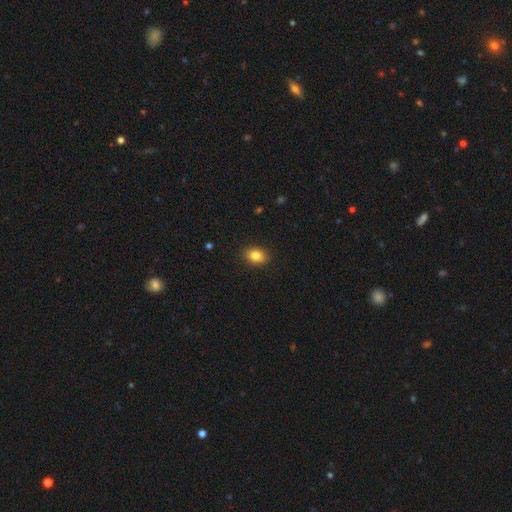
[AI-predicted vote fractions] This appears to be a smooth galaxy with no disk features (84%) that is in between round and cigar-shaped (70%). Merging: none (89%).